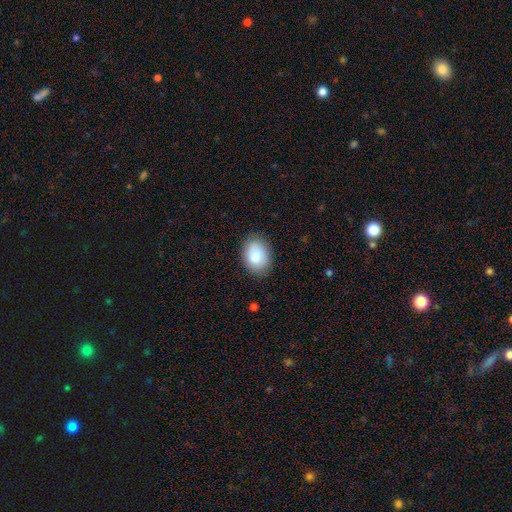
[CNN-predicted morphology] Smooth or featured? smooth (87%)
How rounded? in between (77%)
Merging? none (83%)